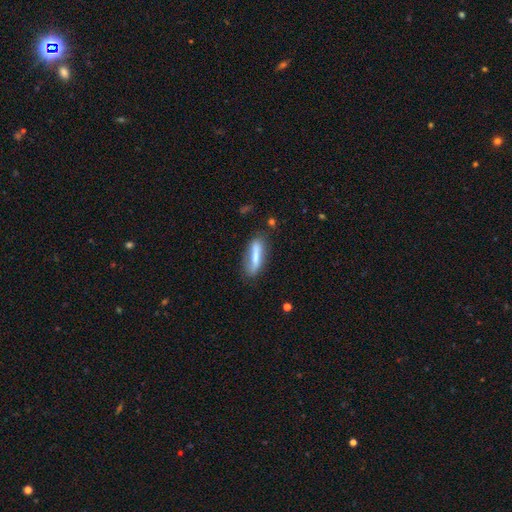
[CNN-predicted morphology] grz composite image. It shows a smooth galaxy with no disk features (57%) that is cigar-shaped (65%). Merging: none (68%).